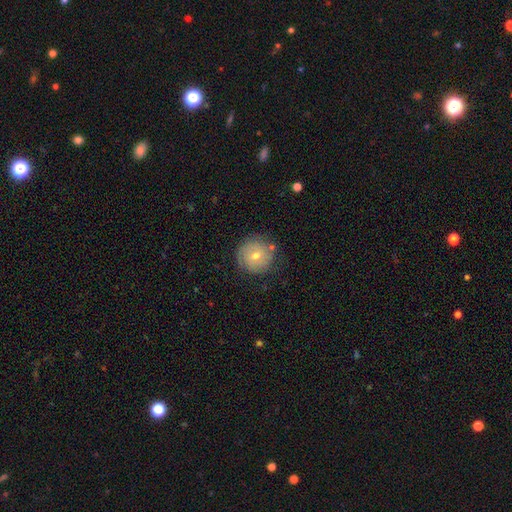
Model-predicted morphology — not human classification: Q: Smooth or featured?
A: smooth (51%); runner-up: featured or disk (38%)
Q: How rounded?
A: round (94%); runner-up: in between (5%)
Q: Merging?
A: none (80%); runner-up: minor disturbance (13%)